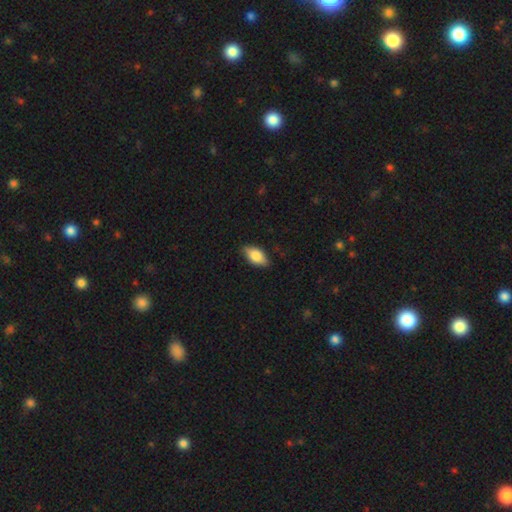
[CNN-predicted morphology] Smooth or featured: smooth — 79% (featured or disk — 15%)
How rounded: in between — 90% (cigar-shaped — 6%)
Merging: none — 84% (minor disturbance — 13%)